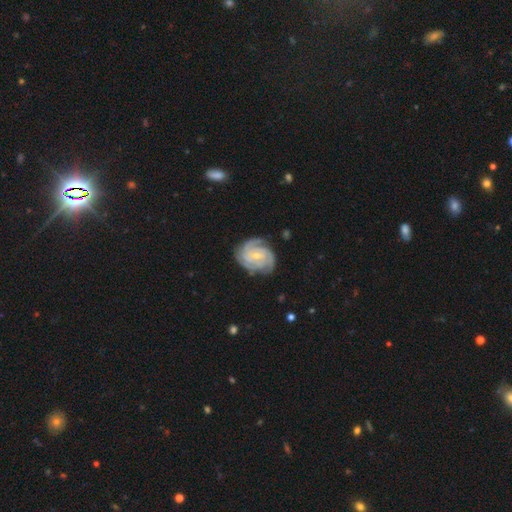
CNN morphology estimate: featured or disk 88%, smooth 7%, star or artifact 5%. Down the decision tree: edge-on disk — no (98%); bar — no (49%); spiral arms — yes (98%); spiral arm count — 3 (32%); spiral winding — tight (75%); bulge size — small (65%); merging — none (75%).